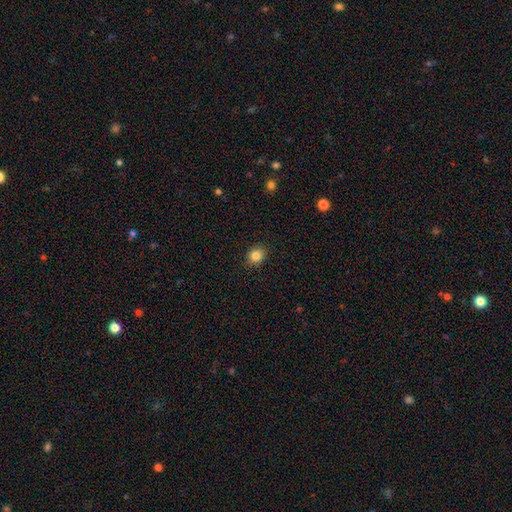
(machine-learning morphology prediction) smooth_or_featured: smooth (p=0.84) [alt: star or artifact p=0.10]
how_rounded: round (p=0.67) [alt: in between p=0.32]
merging: none (p=0.90) [alt: minor disturbance p=0.07]